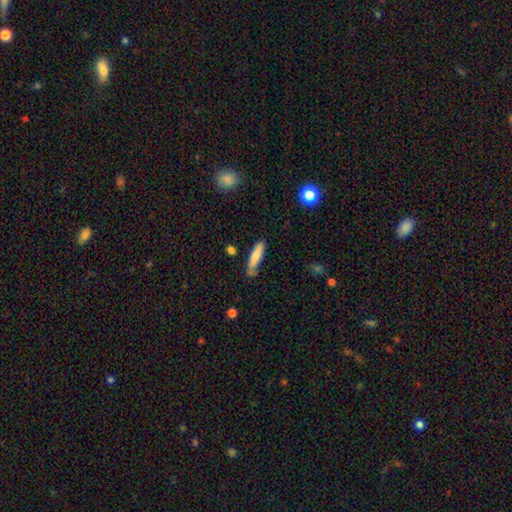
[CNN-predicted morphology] Q: Smooth or featured?
A: smooth (81%); runner-up: featured or disk (13%)
Q: How rounded?
A: cigar-shaped (76%); runner-up: in between (22%)
Q: Merging?
A: none (69%); runner-up: minor disturbance (22%)